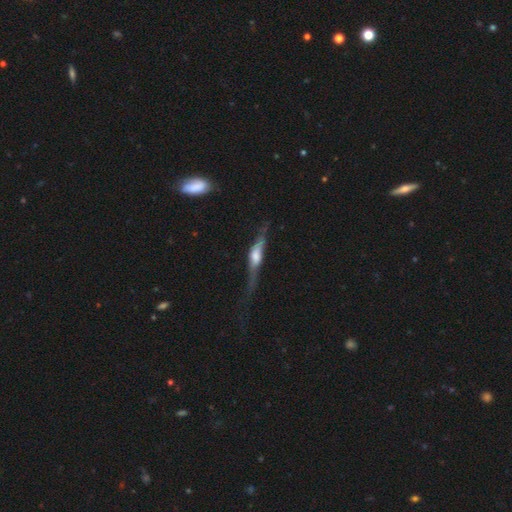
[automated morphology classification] smooth_or_featured: featured or disk (p=0.62) [alt: smooth p=0.31]
disk_edge_on: yes (p=0.89) [alt: no p=0.11]
edge_on_bulge: rounded (p=0.75) [alt: boxy p=0.20]
merging: none (p=0.48) [alt: minor disturbance p=0.27]